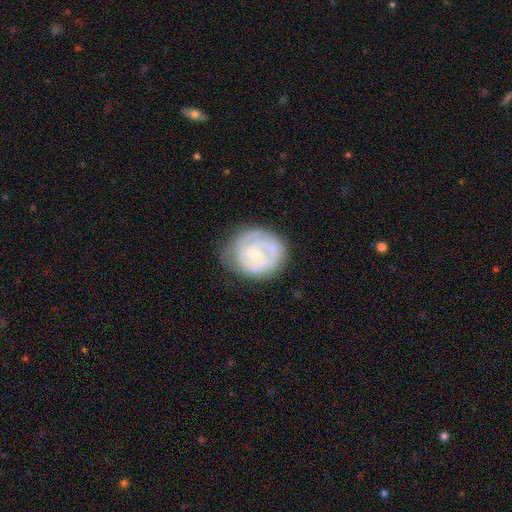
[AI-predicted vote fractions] Morphology: type=featured or disk (73%); edge-on=no (98%); bar=no (69%); spiral arms=yes (82%); winding=tight (65%); arm count=2 (39%); bulge=small (56%); merging=none (70%).